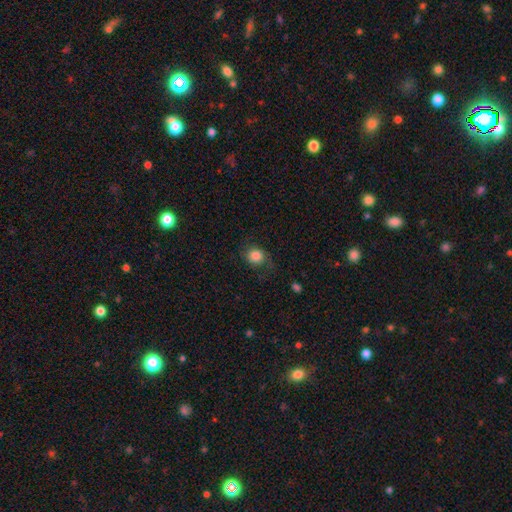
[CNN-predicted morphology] smooth-or-featured: smooth: 80% | featured or disk: 11% | star or artifact: 9%
  how-rounded: round: 79% | in between: 20% | cigar-shaped: 1%
  merging: none: 66% | minor disturbance: 21% | major disturbance: 12% | merger: 2%